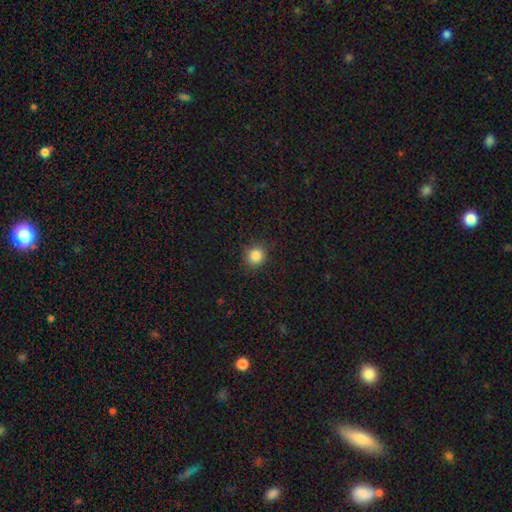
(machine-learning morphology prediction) smooth_or_featured: smooth (p=0.84) [alt: star or artifact p=0.12]
how_rounded: round (p=0.90) [alt: in between p=0.09]
merging: none (p=0.88) [alt: minor disturbance p=0.08]